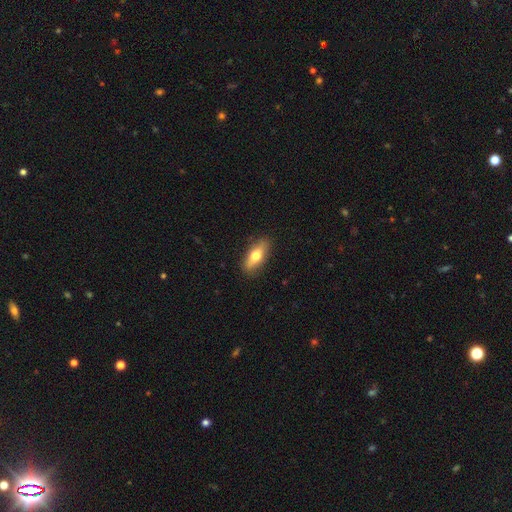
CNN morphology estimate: smooth 62%, featured or disk 32%, star or artifact 7%. Down the decision tree: how rounded — in between (68%); merging — none (87%).